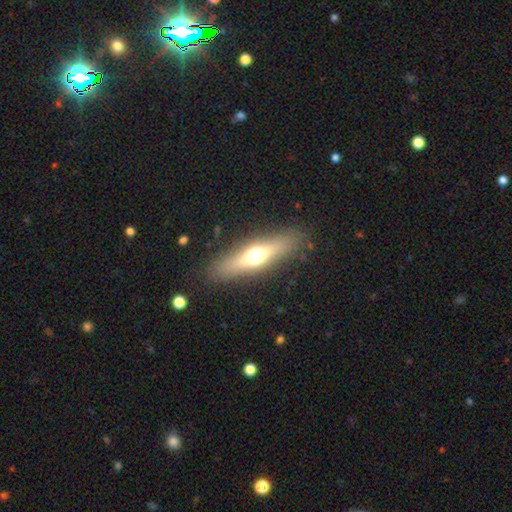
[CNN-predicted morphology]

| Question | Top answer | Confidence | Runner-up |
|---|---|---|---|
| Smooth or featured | featured or disk | 46% | tied: smooth (46%) |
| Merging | none | 87% | minor disturbance (8%) |